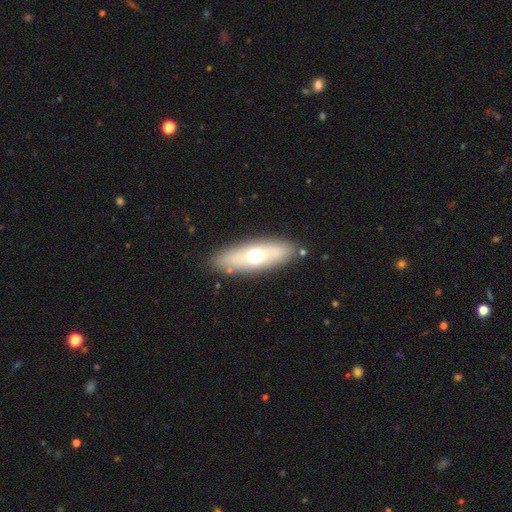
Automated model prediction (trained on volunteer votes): Smooth or featured?
  - smooth: 58% *
  - featured or disk: 34%
  - star or artifact: 8%
How rounded?
  - in between: 63% *
  - cigar-shaped: 32%
  - round: 5%
Merging?
  - none: 86% *
  - minor disturbance: 9%
  - major disturbance: 4%
  - merger: 2%